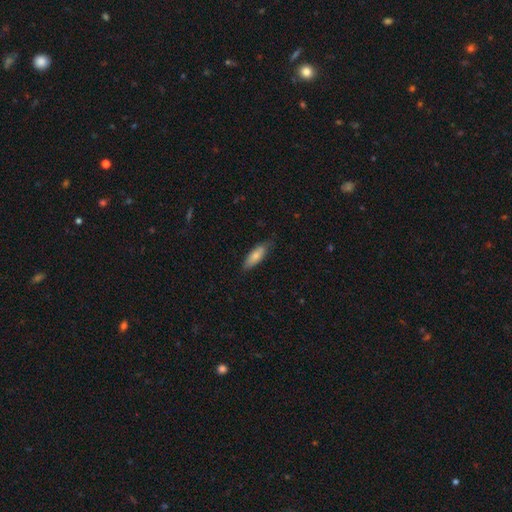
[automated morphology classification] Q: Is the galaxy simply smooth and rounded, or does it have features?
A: smooth — 76%.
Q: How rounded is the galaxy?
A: in between — 58%.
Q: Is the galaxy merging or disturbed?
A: none — 78%.